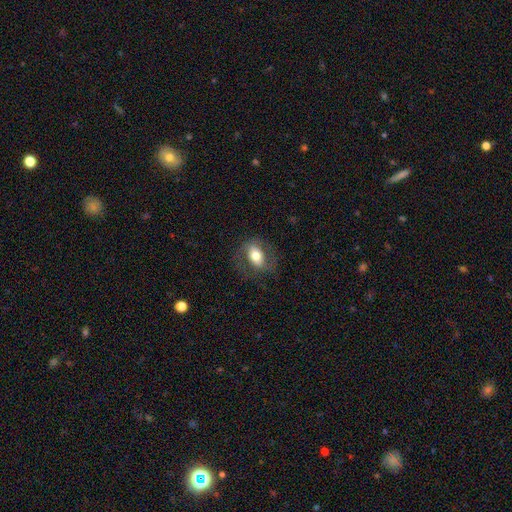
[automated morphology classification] Smooth or featured?
  - smooth: 59% *
  - featured or disk: 34%
  - star or artifact: 8%
How rounded?
  - in between: 79% *
  - round: 19%
  - cigar-shaped: 3%
Merging?
  - none: 73% *
  - minor disturbance: 15%
  - major disturbance: 11%
  - merger: 1%